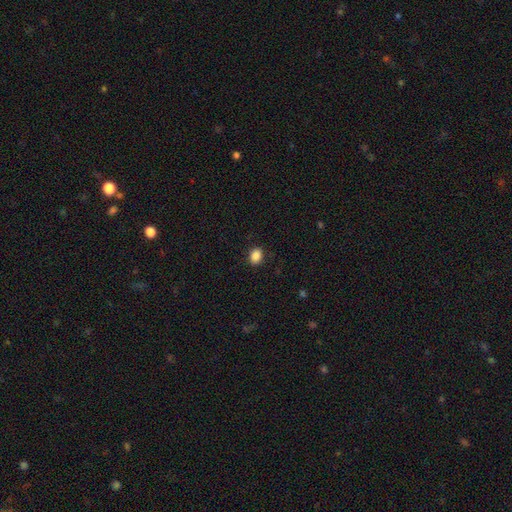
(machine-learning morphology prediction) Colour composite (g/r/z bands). It shows a smooth galaxy with no disk features (88%) that is in between round and cigar-shaped (61%). Merging: none (88%).